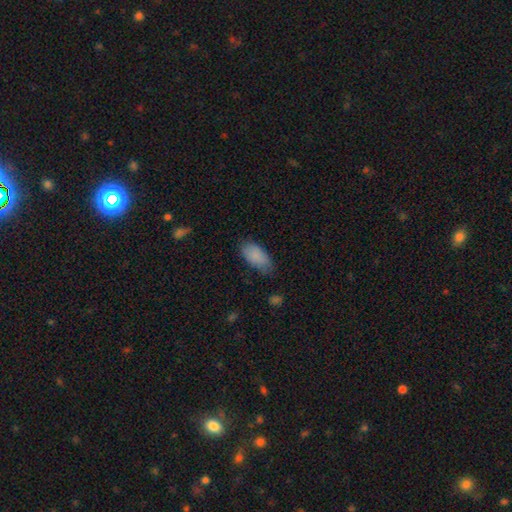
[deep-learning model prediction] Smooth or featured? Predicted: smooth (p=0.87). How rounded? Predicted: in between (p=0.93). Merging? Predicted: none (p=0.68).